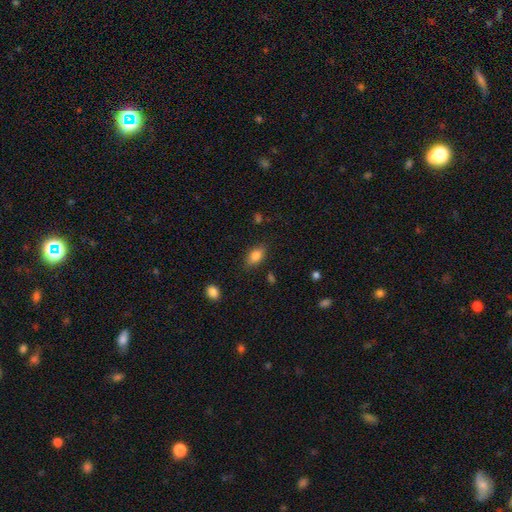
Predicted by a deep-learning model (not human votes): A smooth galaxy with no disk features (82%) that is in between round and cigar-shaped (87%).

Vote fractions:
- Smooth or featured? smooth: 82% / featured or disk: 10% / star or artifact: 8%
- How rounded? in between: 87% / round: 9% / cigar-shaped: 4%
- Merging? none: 82% / minor disturbance: 13% / major disturbance: 3% / merger: 2%